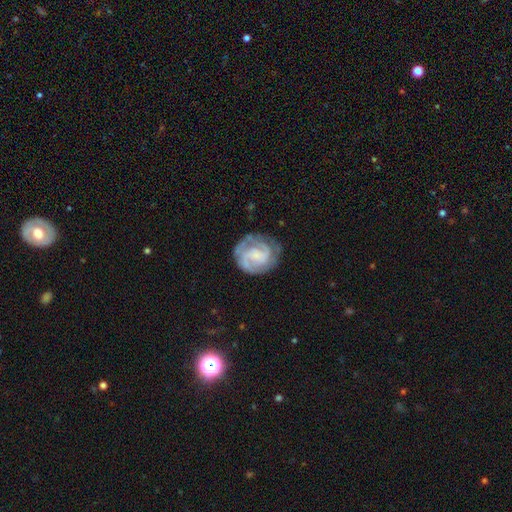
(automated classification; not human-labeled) This appears to be a featured or disk galaxy (78%) with no bar (54%), 2 (52%) tight (53%) spiral arms (93%) and a small central bulge (39%). Merging: none (70%).